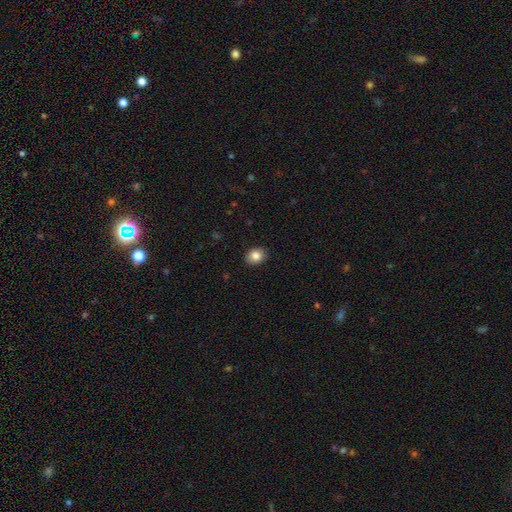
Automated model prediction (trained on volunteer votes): Overall: smooth (84%). How rounded: in between (64%; round 35%). Merging: none (90%).